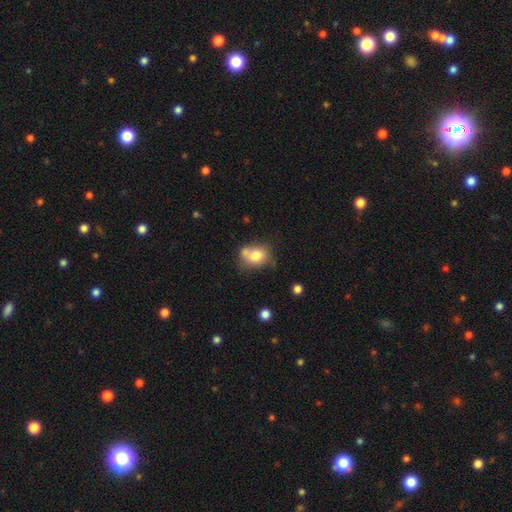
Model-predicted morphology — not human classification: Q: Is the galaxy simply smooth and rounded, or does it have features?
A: smooth — 75%.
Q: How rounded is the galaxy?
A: round — 51%.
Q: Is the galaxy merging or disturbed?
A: none — 43%.